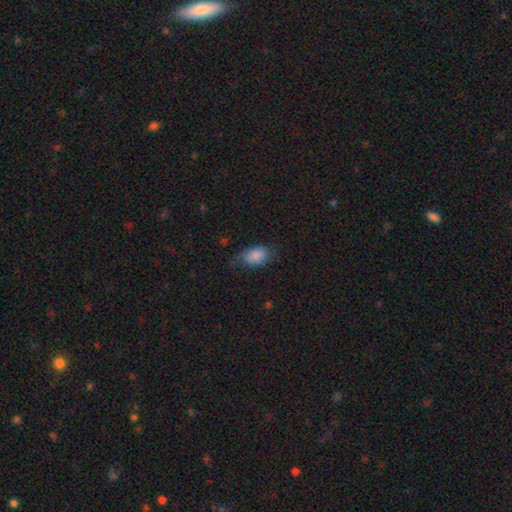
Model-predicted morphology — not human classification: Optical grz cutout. It shows a smooth galaxy with no disk features (85%) that is in between round and cigar-shaped (88%). Merging: none (62%).